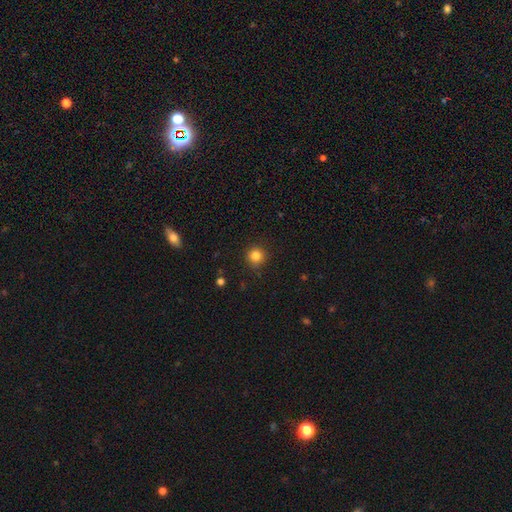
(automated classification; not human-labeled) A smooth galaxy with no disk features (84%) that is round (95%). Merging: none (90%).